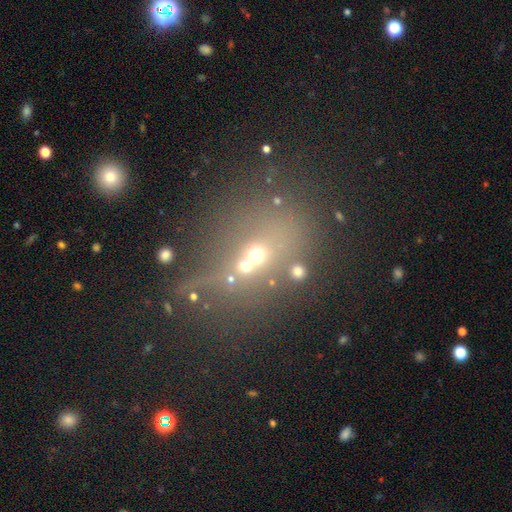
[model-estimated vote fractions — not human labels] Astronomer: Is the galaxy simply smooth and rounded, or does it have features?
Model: smooth — 40% (runner-up: star or artifact, 39%).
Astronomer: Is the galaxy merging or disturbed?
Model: none — 46% (runner-up: merger, 34%).